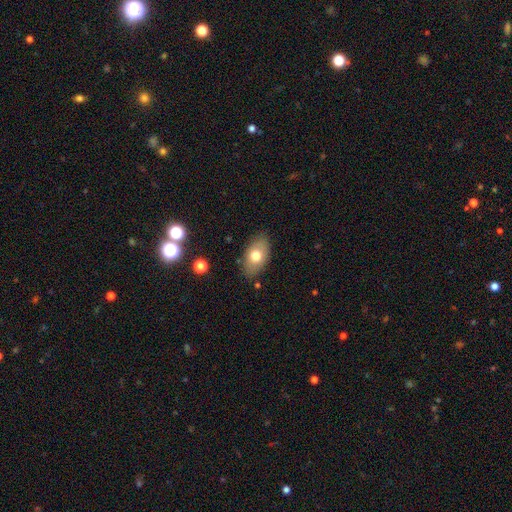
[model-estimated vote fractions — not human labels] Smooth or featured? Predicted: smooth (p=0.70). How rounded? Predicted: in between (p=0.90). Merging? Predicted: none (p=0.82).